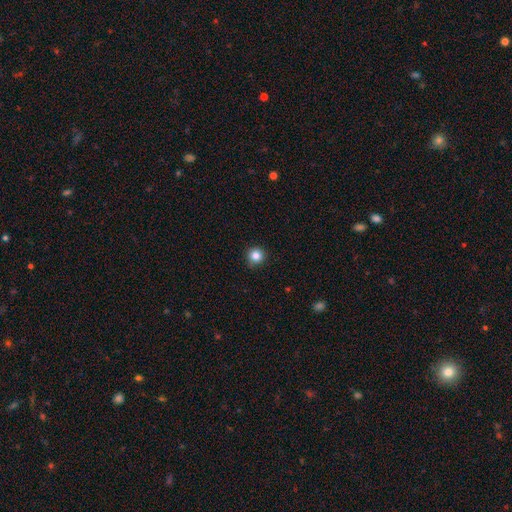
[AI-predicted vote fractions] A smooth galaxy with no disk features (85%) that is round (95%).

Vote fractions:
- Smooth or featured? smooth: 85% / star or artifact: 11% / featured or disk: 4%
- How rounded? round: 95% / in between: 4% / cigar-shaped: 1%
- Merging? none: 90% / minor disturbance: 8% / major disturbance: 2% / merger: 1%